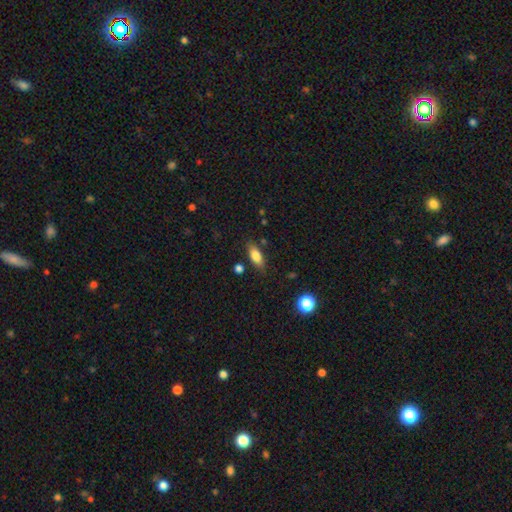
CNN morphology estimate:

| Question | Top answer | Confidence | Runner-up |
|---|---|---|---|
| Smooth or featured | smooth | 79% | featured or disk (13%) |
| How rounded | in between | 74% | cigar-shaped (22%) |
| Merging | none | 81% | minor disturbance (13%) |